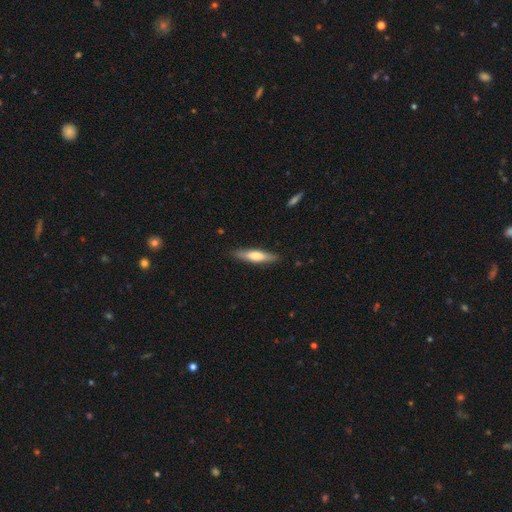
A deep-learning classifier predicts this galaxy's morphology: A smooth galaxy with no disk features (61%) that is cigar-shaped (78%). Merging: none (87%).